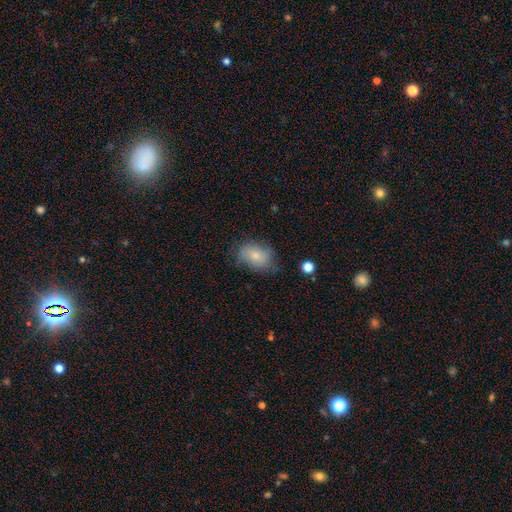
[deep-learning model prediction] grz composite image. It shows a smooth galaxy with no disk features (75%) that is in between round and cigar-shaped (80%). Merging: none (66%).